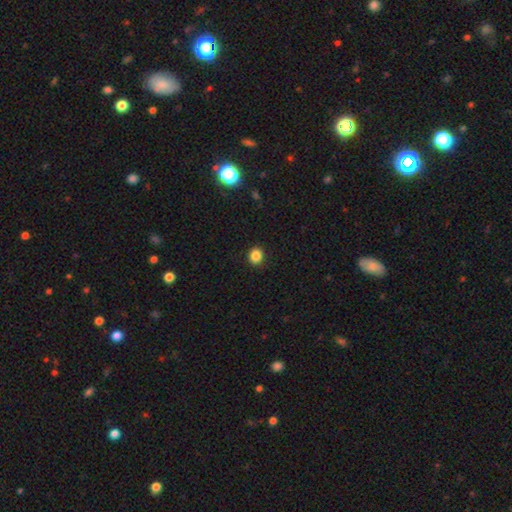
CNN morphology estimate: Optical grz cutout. It shows a smooth galaxy with no disk features (86%) that is round (73%). Merging: none (91%).